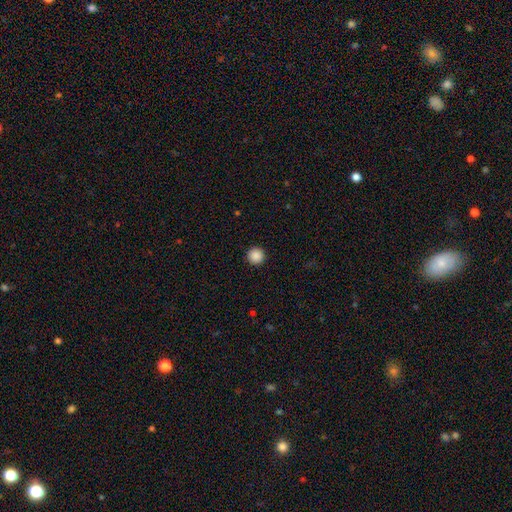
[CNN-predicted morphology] Q: Smooth or featured?
A: smooth (88%); runner-up: star or artifact (9%)
Q: How rounded?
A: round (97%); runner-up: in between (3%)
Q: Merging?
A: none (93%); runner-up: minor disturbance (4%)